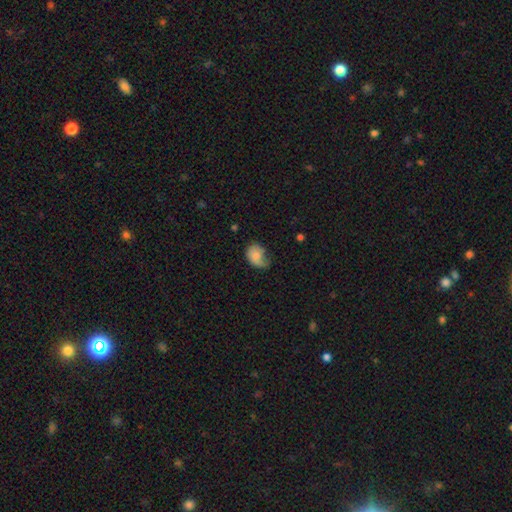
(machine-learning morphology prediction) smooth-or-featured: smooth: 74% | featured or disk: 19% | star or artifact: 8%
  how-rounded: in between: 68% | round: 31% | cigar-shaped: 1%
  merging: minor disturbance: 38% | none: 33% | major disturbance: 26% | merger: 3%